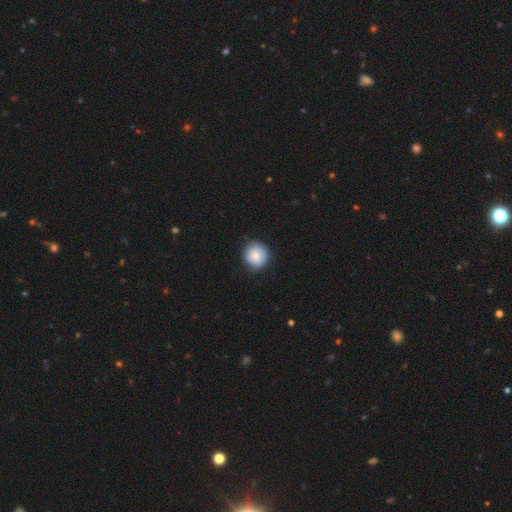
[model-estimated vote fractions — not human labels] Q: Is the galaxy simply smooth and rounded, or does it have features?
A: smooth — 83%.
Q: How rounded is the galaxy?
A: round — 88%.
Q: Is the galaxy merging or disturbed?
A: none — 82%.